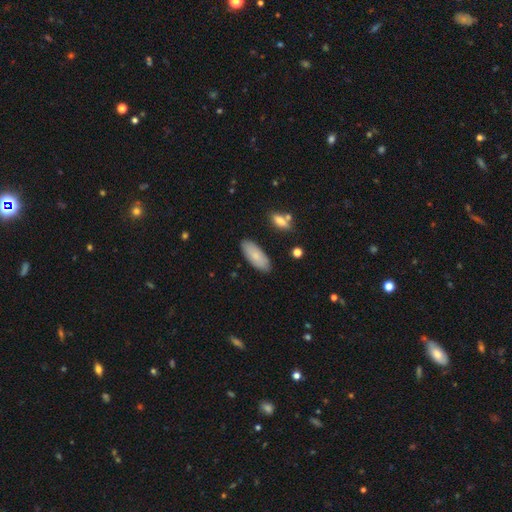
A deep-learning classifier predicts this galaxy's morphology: Smooth or featured: smooth — 79% (featured or disk — 14%)
How rounded: in between — 86% (cigar-shaped — 13%)
Merging: none — 85% (minor disturbance — 11%)